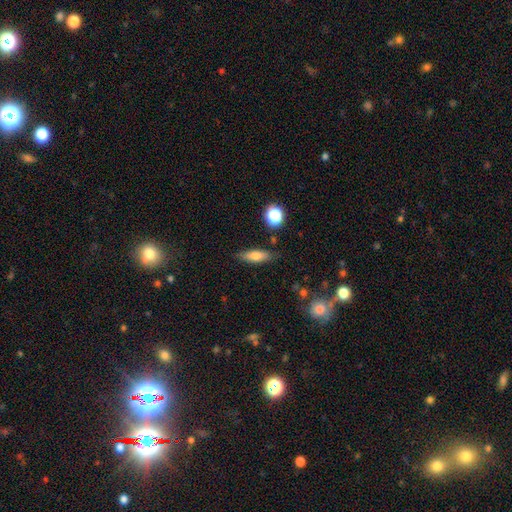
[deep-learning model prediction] A smooth galaxy with no disk features (71%) that is in between round and cigar-shaped (52%). Merging: none (81%).